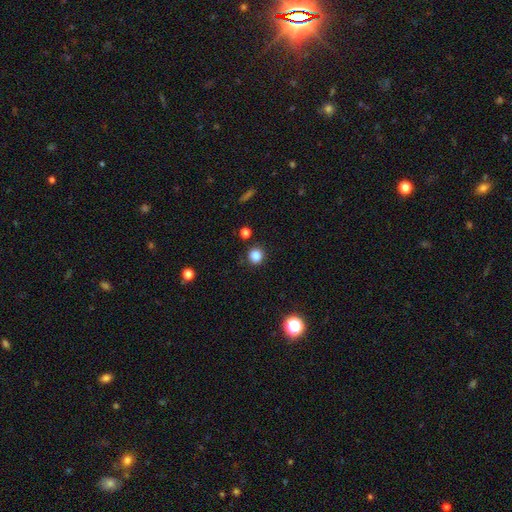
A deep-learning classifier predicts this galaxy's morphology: This is clearly a smooth galaxy (84%). How rounded: clearly round (92%). Merging: clearly none (89%).